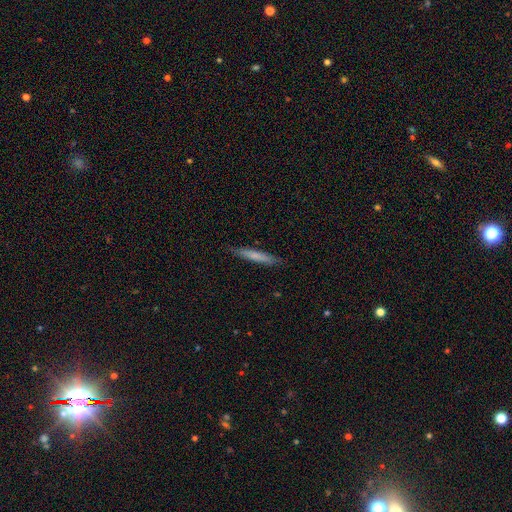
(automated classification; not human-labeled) A smooth galaxy with no disk features (68%) that is cigar-shaped (94%).

Vote fractions:
- Smooth or featured? smooth: 68% / featured or disk: 27% / star or artifact: 6%
- How rounded? cigar-shaped: 94% / in between: 4% / round: 1%
- Merging? none: 87% / minor disturbance: 10% / major disturbance: 2% / merger: 1%